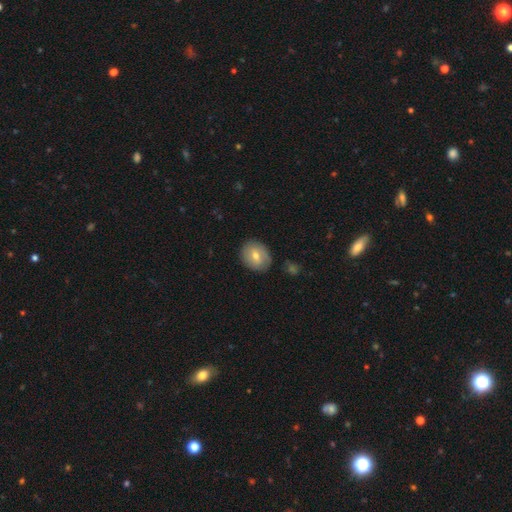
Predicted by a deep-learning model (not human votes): smooth 59%, featured or disk 33%, star or artifact 8%. Down the decision tree: how rounded — round (60%); merging — none (81%).